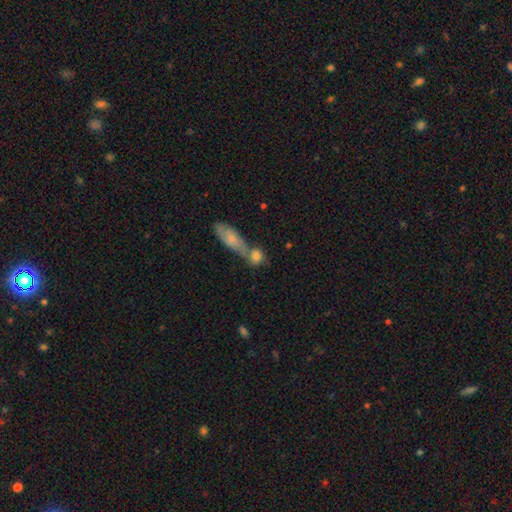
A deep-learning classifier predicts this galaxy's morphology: This is likely a smooth galaxy (78%). How rounded: likely round (67%). Merging: marginally merger (43%, tied with none).